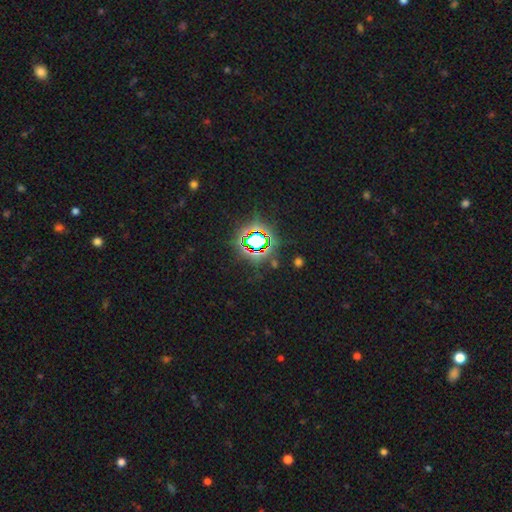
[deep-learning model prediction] Q: Smooth or featured?
A: star or artifact (81%); runner-up: smooth (11%)